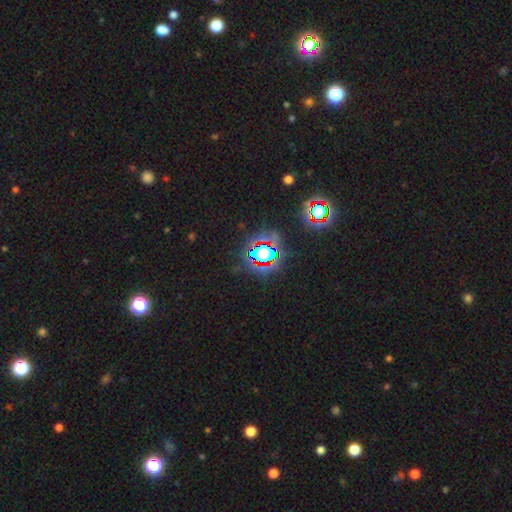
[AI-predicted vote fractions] A star or artifact, not a galaxy (80%).